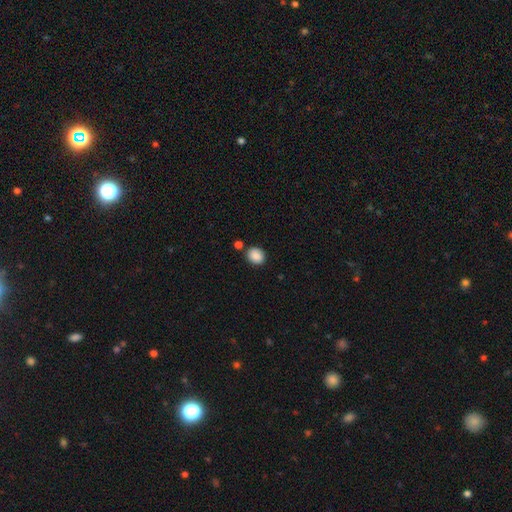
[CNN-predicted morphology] A smooth galaxy with no disk features (88%) that is round (57%).

Vote fractions:
- Smooth or featured? smooth: 88% / star or artifact: 8% / featured or disk: 3%
- How rounded? round: 57% / in between: 42% / cigar-shaped: 1%
- Merging? none: 79% / minor disturbance: 10% / merger: 8% / major disturbance: 3%